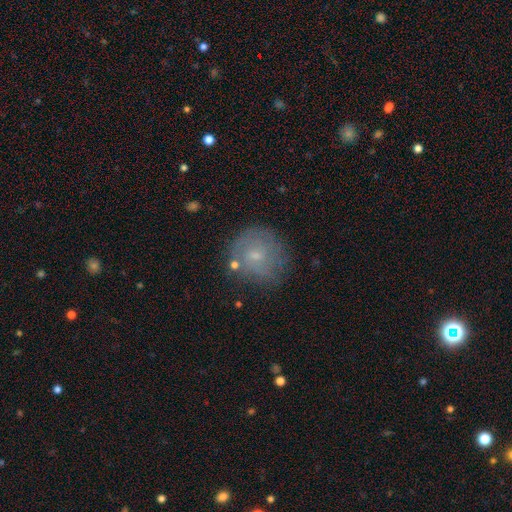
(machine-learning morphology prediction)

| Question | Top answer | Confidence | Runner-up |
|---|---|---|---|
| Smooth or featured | smooth | 52% | featured or disk (37%) |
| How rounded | round | 88% | in between (11%) |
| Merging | none | 70% | minor disturbance (19%) |